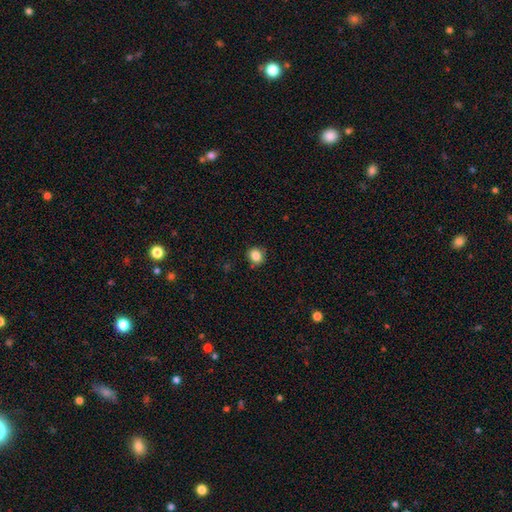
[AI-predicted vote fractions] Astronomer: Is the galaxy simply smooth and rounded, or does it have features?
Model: smooth — 85%.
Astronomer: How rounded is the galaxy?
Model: round — 77%.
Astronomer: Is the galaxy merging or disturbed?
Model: none — 85%.